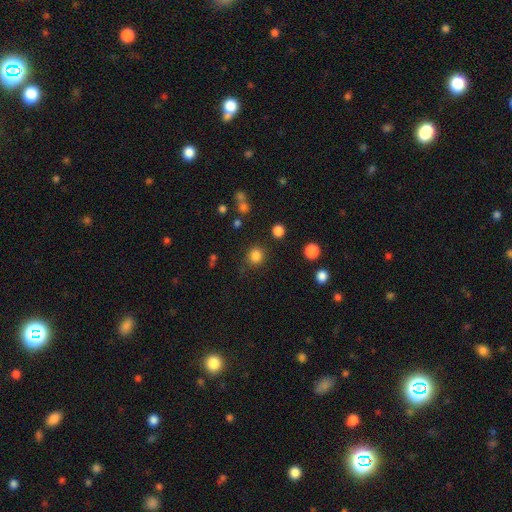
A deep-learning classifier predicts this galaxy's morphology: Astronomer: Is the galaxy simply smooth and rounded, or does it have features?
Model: smooth — 83%.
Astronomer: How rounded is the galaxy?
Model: round — 87%.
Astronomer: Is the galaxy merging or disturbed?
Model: none — 86%.